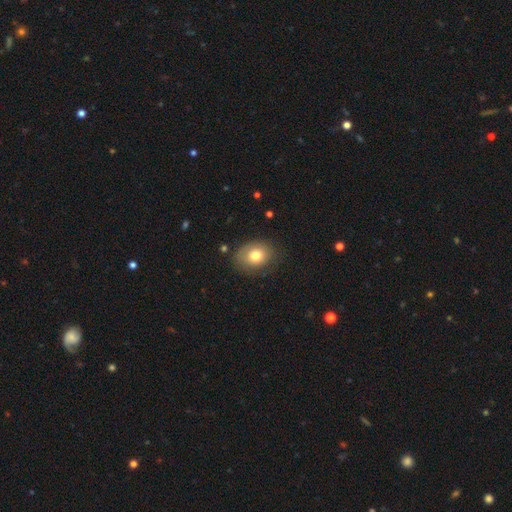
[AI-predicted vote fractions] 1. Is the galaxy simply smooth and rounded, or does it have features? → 75% smooth, 16% featured or disk, 9% star or artifact.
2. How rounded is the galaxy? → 56% in between, 43% round, 1% cigar-shaped.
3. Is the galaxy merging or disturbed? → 76% none, 17% minor disturbance, 5% major disturbance, 2% merger.